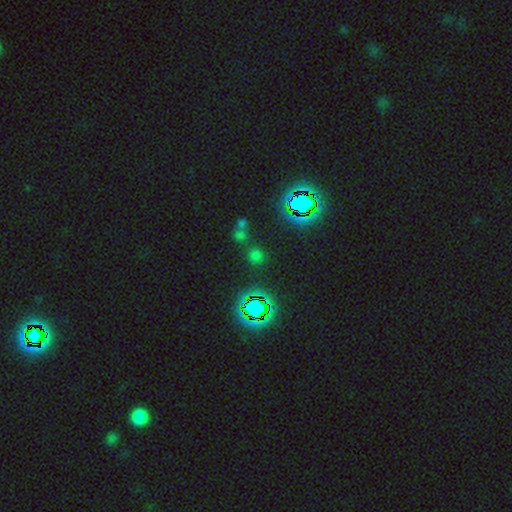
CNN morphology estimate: A star or artifact, not a galaxy (50%).

Vote fractions:
- Smooth or featured? star or artifact: 50% / smooth: 43% / featured or disk: 7%